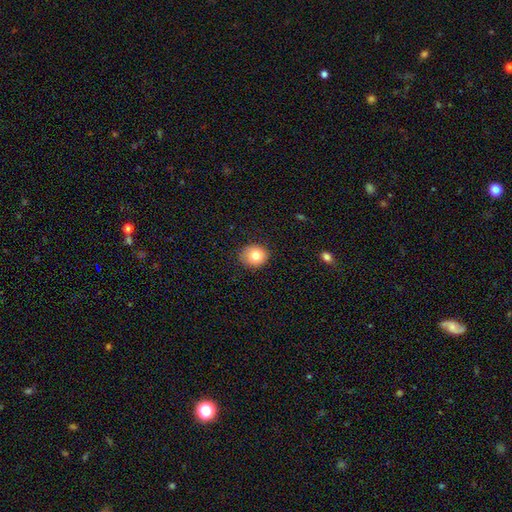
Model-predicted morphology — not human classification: The model was most divided on "how rounded": round: 79%, in between: 20%, cigar-shaped: 1%. More confident: merging — none (85%); smooth or featured — smooth (81%).